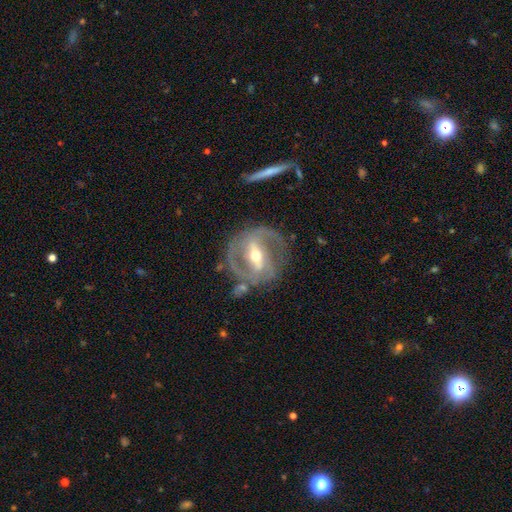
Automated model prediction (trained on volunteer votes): This is clearly a featured or disk galaxy (87%). It is clearly not viewed edge-on (94%). Bar: likely strong (63%). Spiral arm pattern: clearly yes (91%). Spiral arm count: clearly 2 (81%). Spiral winding: possibly medium (49%). Central bulge: possibly moderate (59%). Merging: likely none (72%).